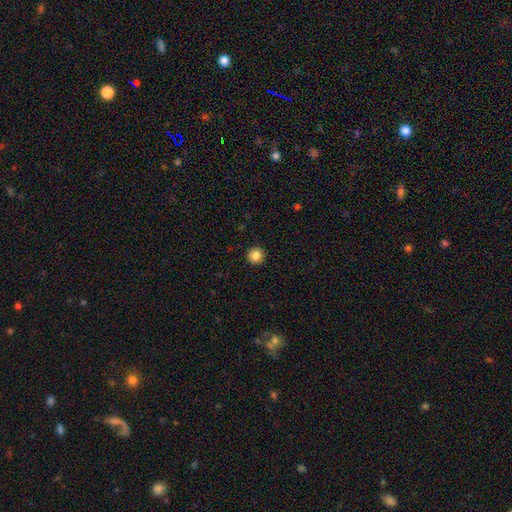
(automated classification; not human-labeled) smooth_or_featured: smooth (p=0.85) [alt: star or artifact p=0.10]
how_rounded: round (p=0.95) [alt: in between p=0.04]
merging: none (p=0.93) [alt: minor disturbance p=0.04]